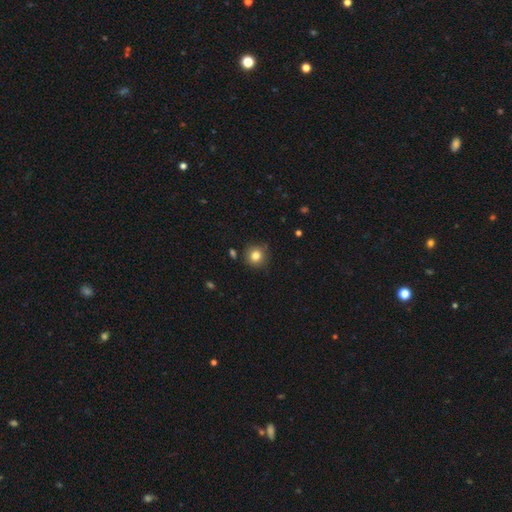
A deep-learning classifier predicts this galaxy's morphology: Smooth or featured: smooth — 82% (star or artifact — 12%)
How rounded: round — 93% (in between — 6%)
Merging: none — 85% (minor disturbance — 10%)